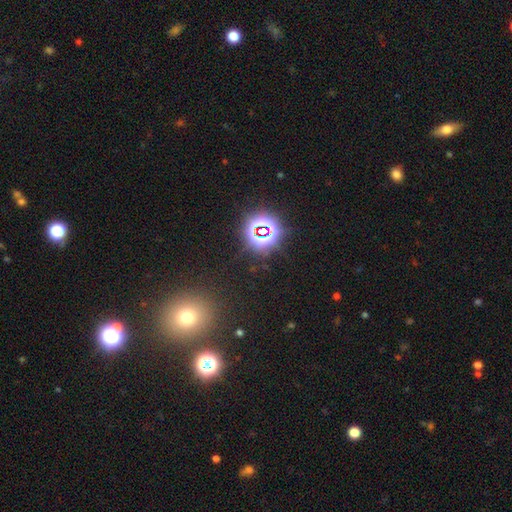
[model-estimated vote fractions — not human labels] The model was most divided on "smooth or featured": star or artifact: 61%, smooth: 30%, featured or disk: 9%.